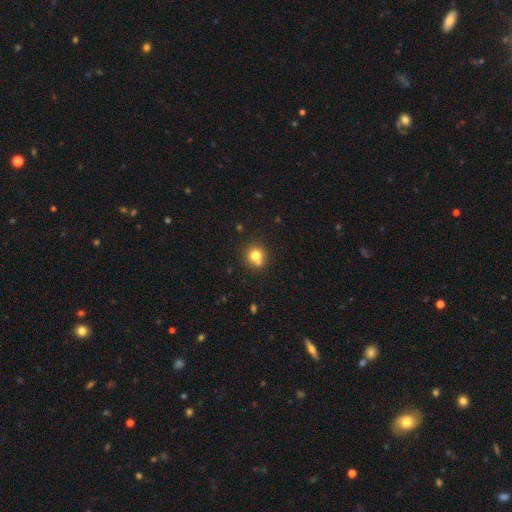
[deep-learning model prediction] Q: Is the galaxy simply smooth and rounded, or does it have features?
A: smooth — 76%.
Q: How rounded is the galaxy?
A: round — 89%.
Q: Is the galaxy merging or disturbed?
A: none — 67%.